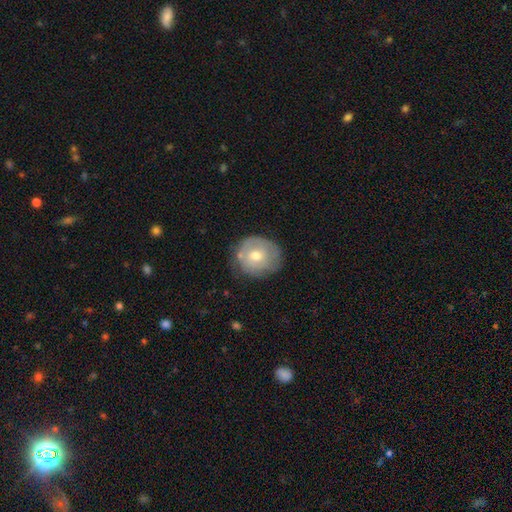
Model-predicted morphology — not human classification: smooth 50%, featured or disk 43%, star or artifact 7%. Down the decision tree: how rounded — round (83%); merging — none (69%).